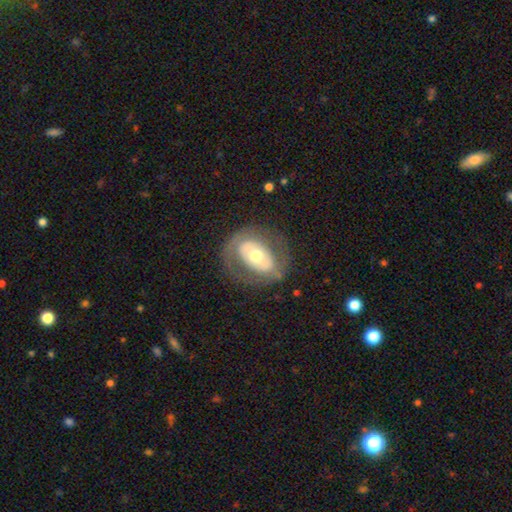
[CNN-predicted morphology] smooth-or-featured: featured or disk: 59% | smooth: 35% | star or artifact: 6%
  disk-edge-on: no: 93% | yes: 7%
    bar: no: 66% | weak: 20% | strong: 14%
    has-spiral-arms: no: 70% | yes: 30%
    bulge-size: moderate: 65% | small: 22% | large: 10% | dominant: 1% | none: 1%
  merging: none: 71% | minor disturbance: 15% | major disturbance: 12% | merger: 1%